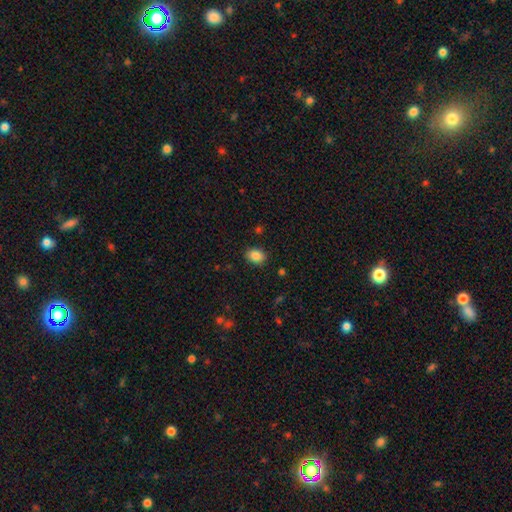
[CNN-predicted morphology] Smooth or featured: smooth — 86% (star or artifact — 9%)
How rounded: in between — 66% (round — 33%)
Merging: none — 87% (minor disturbance — 9%)